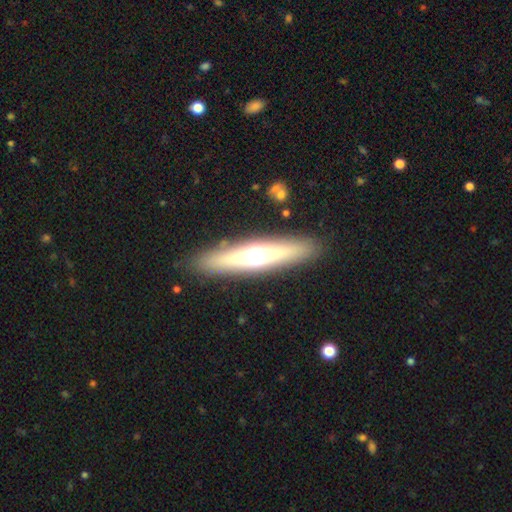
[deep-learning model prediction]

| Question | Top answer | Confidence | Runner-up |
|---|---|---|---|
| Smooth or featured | featured or disk | 55% | smooth (38%) |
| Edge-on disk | yes | 91% | no (9%) |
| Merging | none | 89% | minor disturbance (8%) |